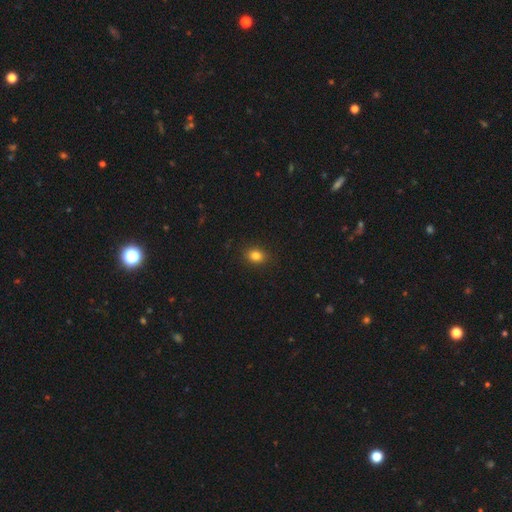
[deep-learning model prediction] A smooth galaxy with no disk features (83%) that is in between round and cigar-shaped (52%). Merging: none (90%).